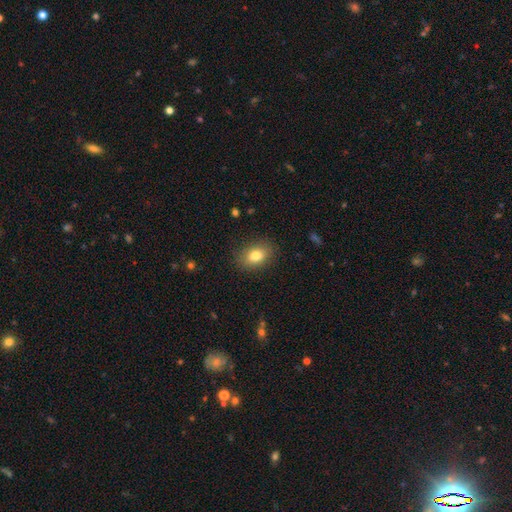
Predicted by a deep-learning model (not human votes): Overall: smooth (80%). How rounded: in between (81%). Merging: none (86%).